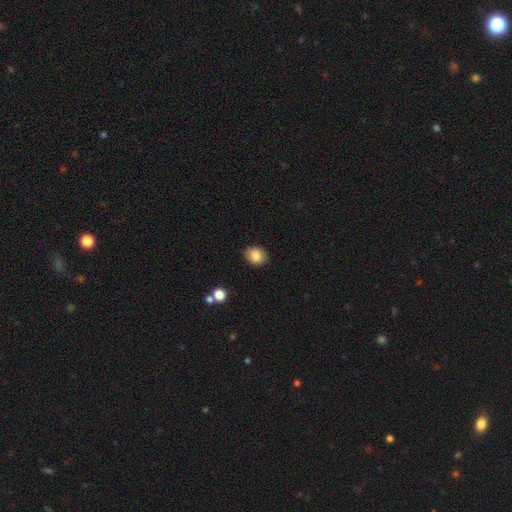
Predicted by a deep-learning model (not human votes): Morphology: type=smooth (85%); roundness=in between (53%); merging=none (83%).